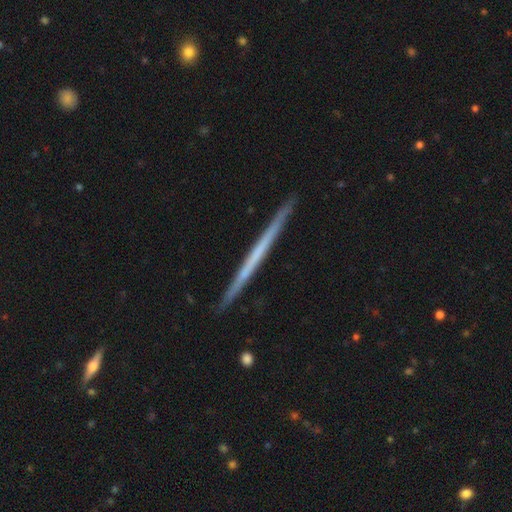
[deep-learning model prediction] Smooth or featured? featured or disk (60%)
Edge-on disk? yes (98%)
Edge-on bulge? none (93%)
Merging? none (92%)